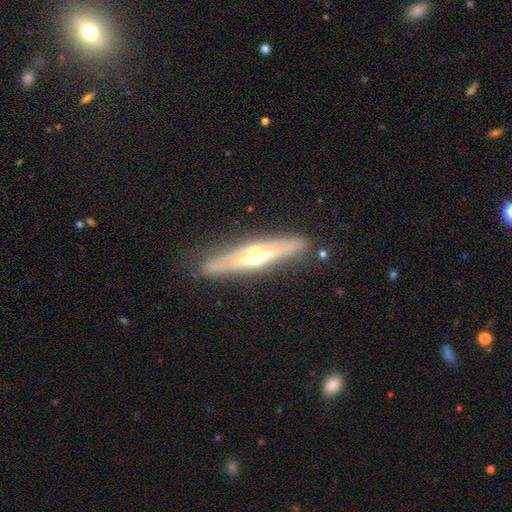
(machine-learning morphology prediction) smooth_or_featured: featured or disk (p=0.70) [alt: smooth p=0.24]
disk_edge_on: yes (p=0.89) [alt: no p=0.11]
edge_on_bulge: rounded (p=0.86) [alt: none p=0.08]
merging: none (p=0.85) [alt: minor disturbance p=0.11]